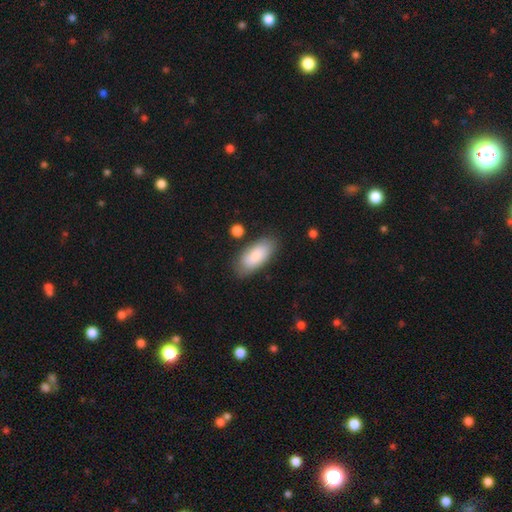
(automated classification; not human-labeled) Smooth or featured?
  - smooth: 82% *
  - featured or disk: 12%
  - star or artifact: 6%
How rounded?
  - in between: 89% *
  - cigar-shaped: 9%
  - round: 2%
Merging?
  - none: 79% *
  - minor disturbance: 14%
  - major disturbance: 3%
  - merger: 3%